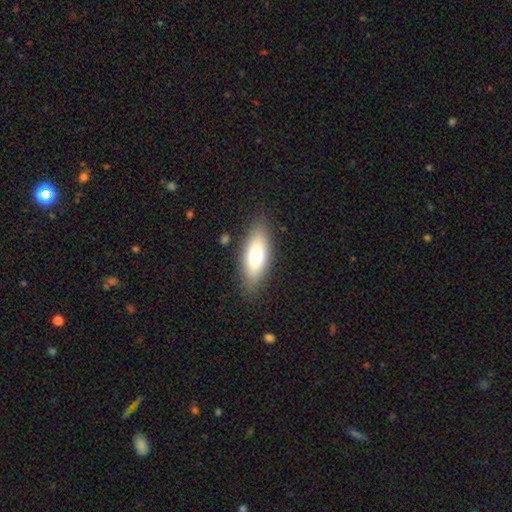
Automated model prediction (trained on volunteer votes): Q: Smooth or featured?
A: smooth (69%); runner-up: featured or disk (23%)
Q: How rounded?
A: in between (74%); runner-up: cigar-shaped (23%)
Q: Merging?
A: none (85%); runner-up: minor disturbance (11%)